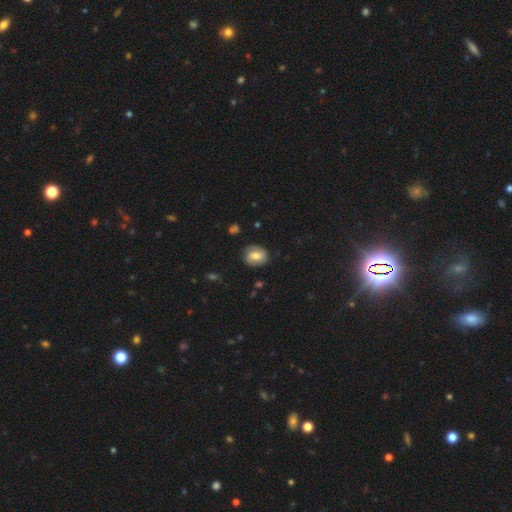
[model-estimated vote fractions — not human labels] Morphology: type=smooth (55%); roundness=round (58%); merging=none (80%).